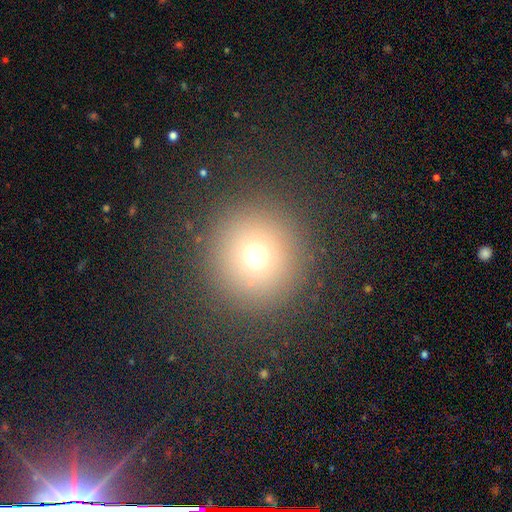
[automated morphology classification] smooth_or_featured: smooth (p=0.69) [alt: star or artifact p=0.21]
how_rounded: round (p=0.95) [alt: in between p=0.04]
merging: none (p=0.90) [alt: minor disturbance p=0.05]